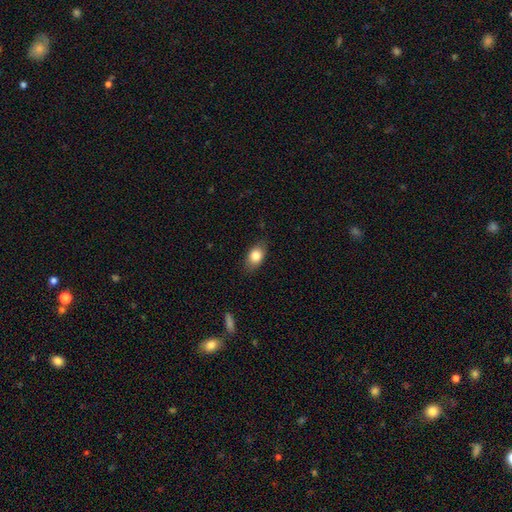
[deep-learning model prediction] The model was most divided on "merging": none: 81%, minor disturbance: 15%, major disturbance: 3%, merger: 1%. More confident: how rounded — in between (82%); smooth or featured — smooth (81%).